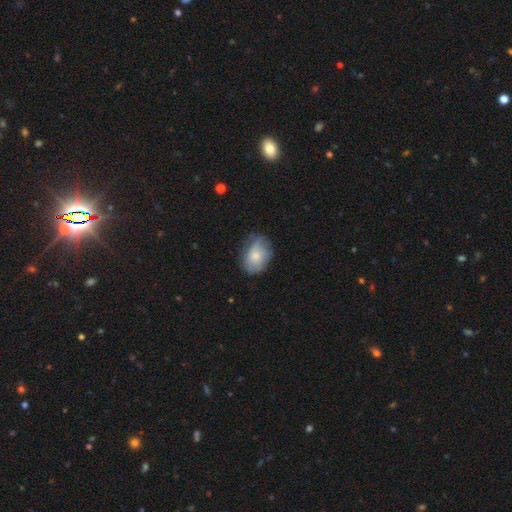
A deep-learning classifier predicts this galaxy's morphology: Smooth or featured: smooth — 69% (featured or disk — 24%)
How rounded: in between — 73% (round — 26%)
Merging: none — 60% (minor disturbance — 30%)